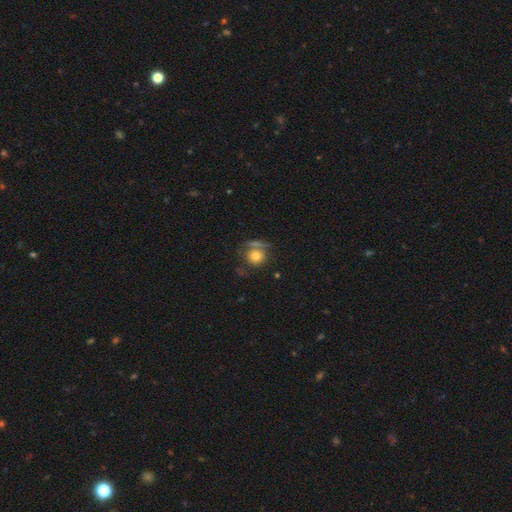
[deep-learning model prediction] A smooth galaxy with no disk features (72%) that is round (87%). Merging: none (57%).